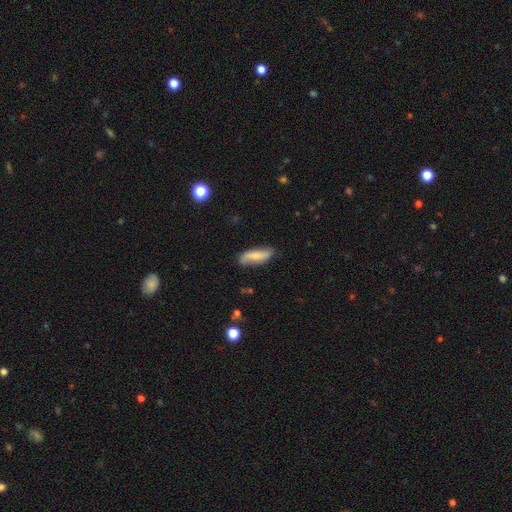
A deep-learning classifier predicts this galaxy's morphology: Smooth or featured?
  - smooth: 54% *
  - featured or disk: 40%
  - star or artifact: 6%
How rounded?
  - in between: 60% *
  - cigar-shaped: 37%
  - round: 3%
Merging?
  - none: 76% *
  - minor disturbance: 18%
  - major disturbance: 4%
  - merger: 2%